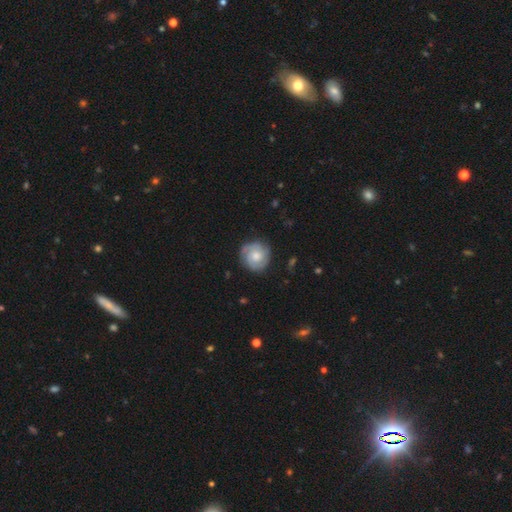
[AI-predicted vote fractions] This appears to be a featured or disk galaxy (64%) with no bar (76%), 2 (49%) tight (68%) spiral arms (91%) and a moderate central bulge (61%). Merging: none (80%).